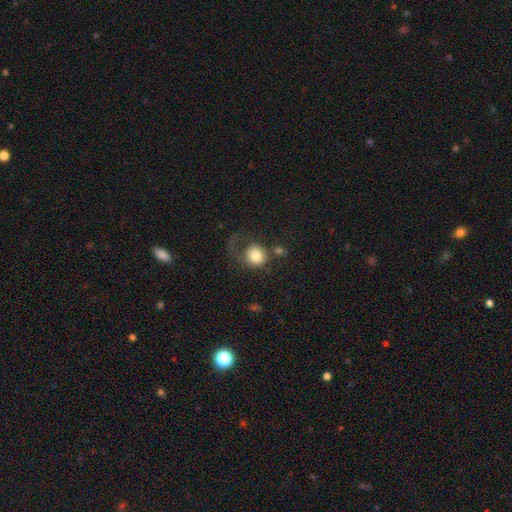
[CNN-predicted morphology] A smooth galaxy with no disk features (78%) that is round (82%). Merging: none (39%).